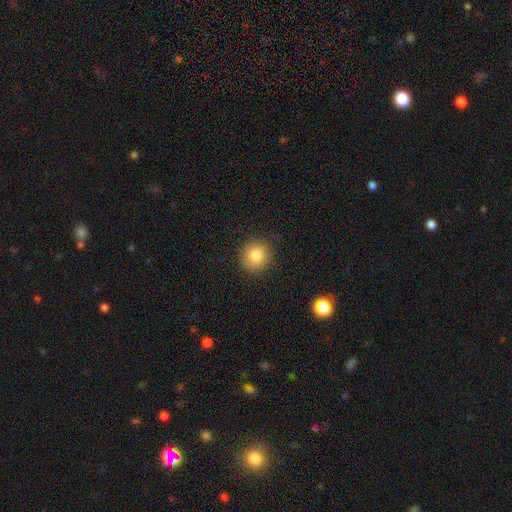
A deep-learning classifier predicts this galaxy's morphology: This is clearly a smooth galaxy (82%). How rounded: clearly round (90%). Merging: clearly none (89%).